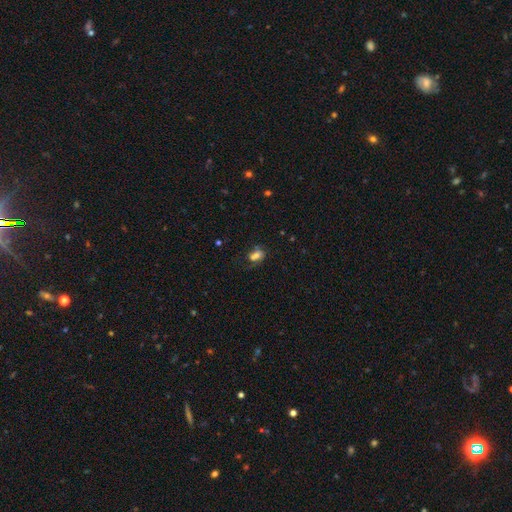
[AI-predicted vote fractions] Overall: smooth (62%). How rounded: in between (77%). Merging: none (47%; minor disturbance 23%).